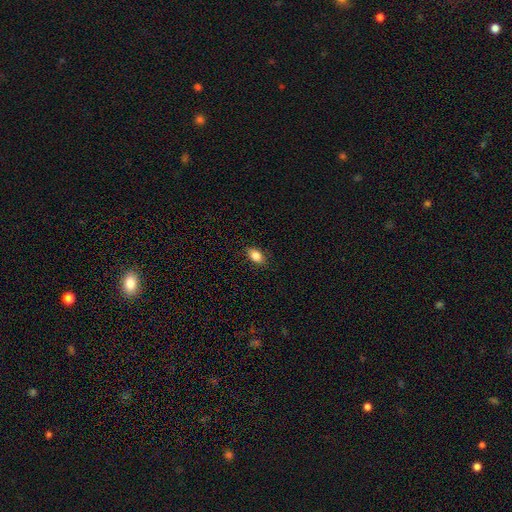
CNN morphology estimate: Smooth or featured? Predicted: smooth (p=0.83). How rounded? Predicted: in between (p=0.85). Merging? Predicted: none (p=0.85).